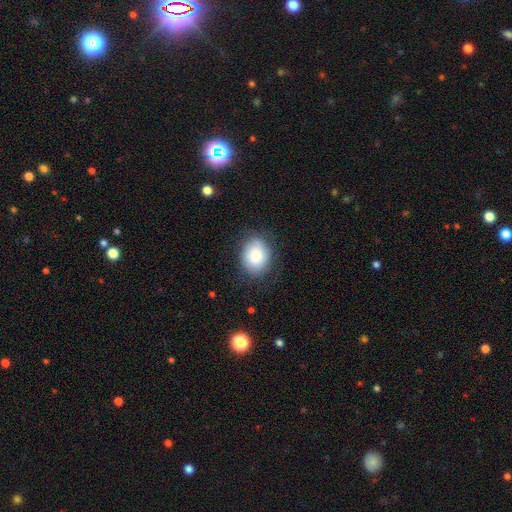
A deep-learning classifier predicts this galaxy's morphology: Smooth or featured? Predicted: smooth (p=0.76). How rounded? Predicted: in between (p=0.53). Merging? Predicted: none (p=0.73).